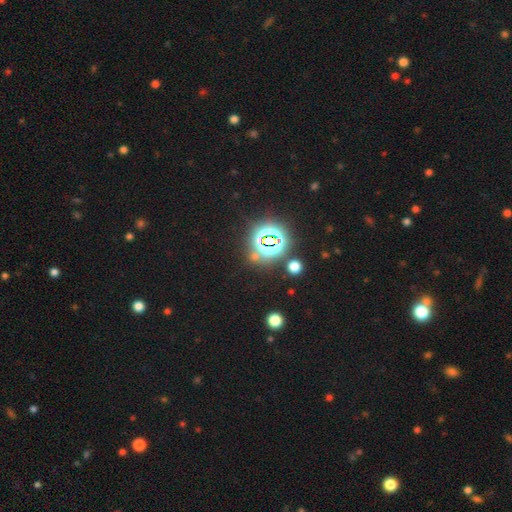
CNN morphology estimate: Smooth or featured? Predicted: star or artifact (p=0.73).